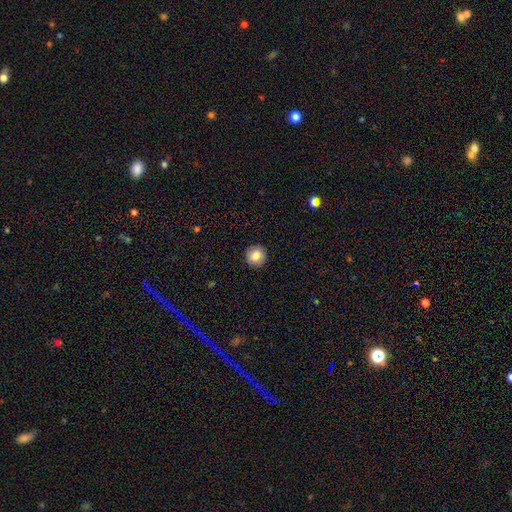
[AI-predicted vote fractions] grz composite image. It shows a smooth galaxy with no disk features (86%) that is round (94%). Merging: none (92%).